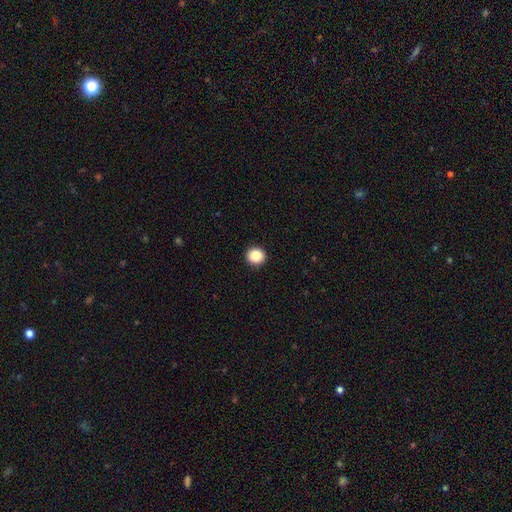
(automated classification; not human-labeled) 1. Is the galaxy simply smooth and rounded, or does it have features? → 87% smooth, 10% star or artifact, 4% featured or disk.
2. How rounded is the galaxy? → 93% round, 6% in between, 1% cigar-shaped.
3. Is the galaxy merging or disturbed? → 93% none, 4% minor disturbance, 1% major disturbance, 1% merger.